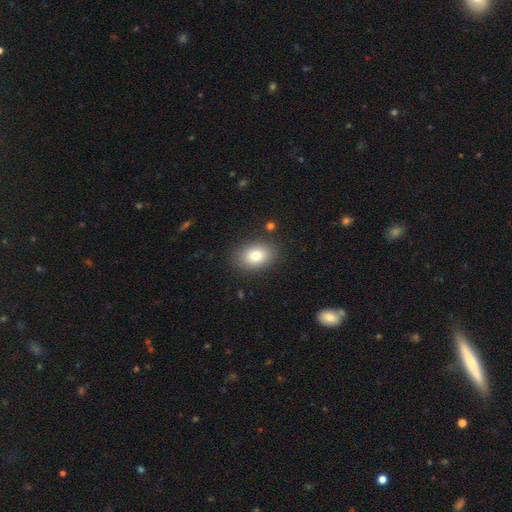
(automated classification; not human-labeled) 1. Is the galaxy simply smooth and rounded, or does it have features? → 80% smooth, 11% featured or disk, 9% star or artifact.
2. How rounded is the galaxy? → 75% in between, 24% round, 1% cigar-shaped.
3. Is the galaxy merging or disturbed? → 86% none, 9% minor disturbance, 3% major disturbance, 2% merger.